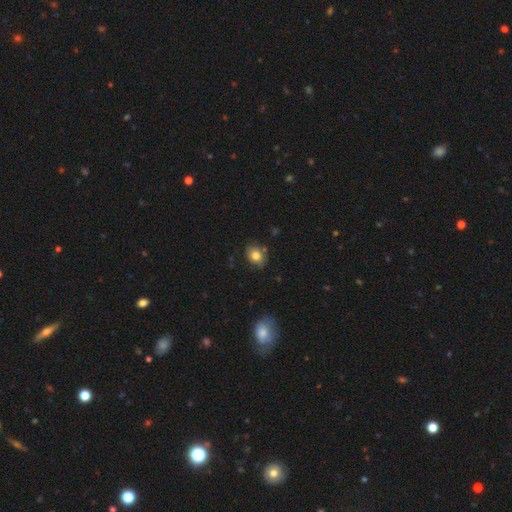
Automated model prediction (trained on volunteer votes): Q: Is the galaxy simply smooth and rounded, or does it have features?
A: smooth — 80%.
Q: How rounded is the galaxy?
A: in between — 56%.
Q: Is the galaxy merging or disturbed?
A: none — 79%.